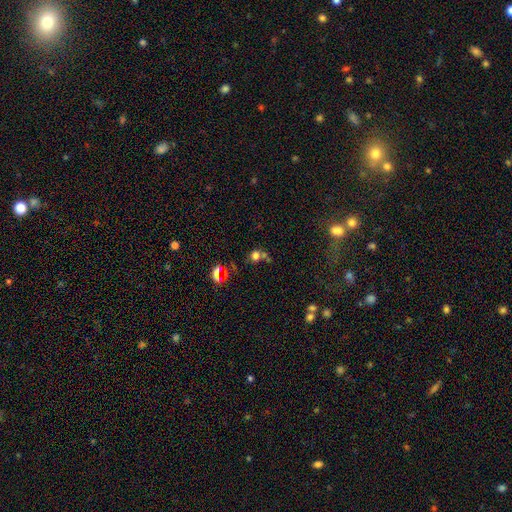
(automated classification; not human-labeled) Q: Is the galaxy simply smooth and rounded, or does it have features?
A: smooth — 65%.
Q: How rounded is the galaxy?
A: round — 81%.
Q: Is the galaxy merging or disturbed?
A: none — 51%.